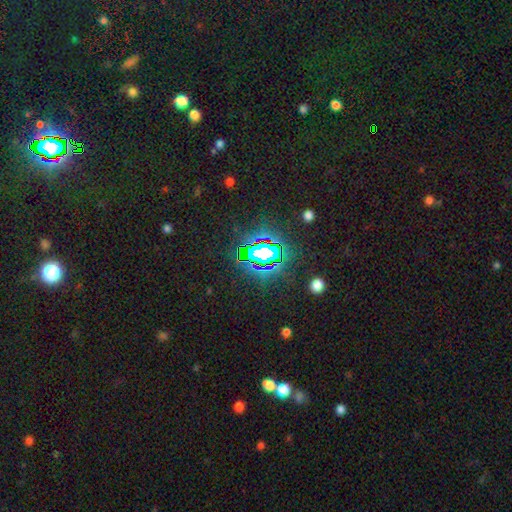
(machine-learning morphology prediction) smooth-or-featured: star or artifact: 81% | smooth: 12% | featured or disk: 7%